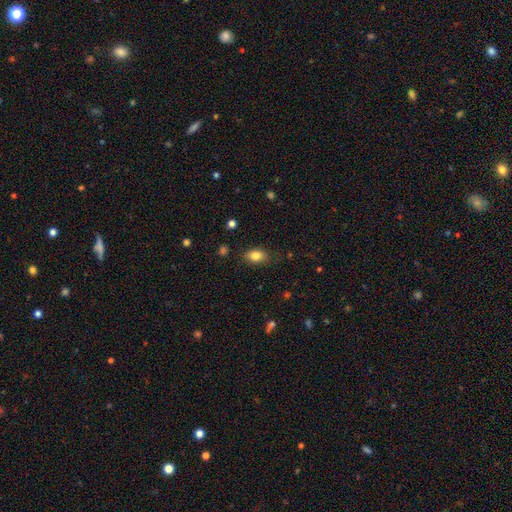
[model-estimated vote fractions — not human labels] smooth-or-featured: smooth: 83% | star or artifact: 9% | featured or disk: 8%
  how-rounded: in between: 83% | round: 15% | cigar-shaped: 2%
  merging: none: 80% | minor disturbance: 15% | major disturbance: 4% | merger: 1%